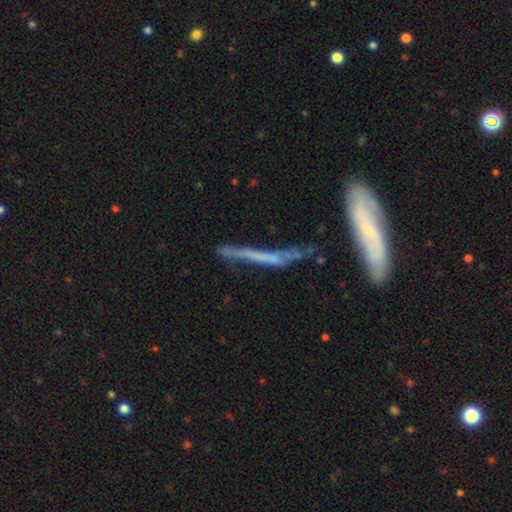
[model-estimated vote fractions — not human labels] Overall: featured or disk (56%; smooth 33%). Edge-on disk: yes (75%). Merging: none (46%; minor disturbance 23%).